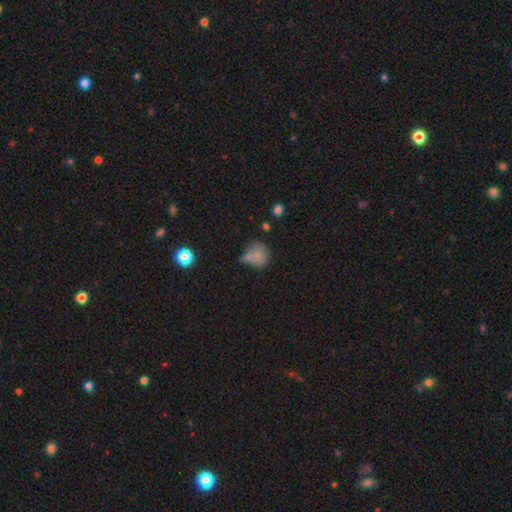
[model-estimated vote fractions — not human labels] smooth 72%, star or artifact 14%, featured or disk 13%. Down the decision tree: how rounded — round (59%); merging — none (39%).